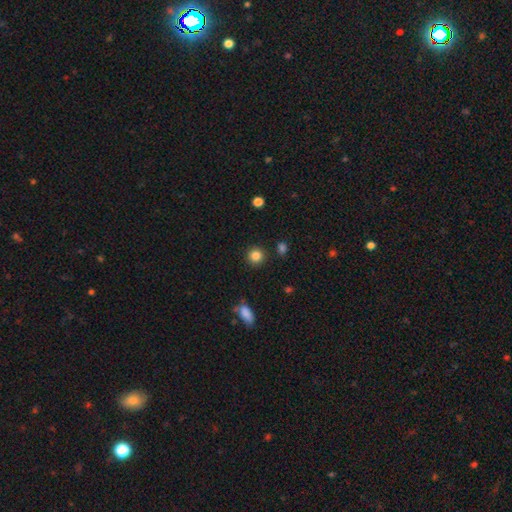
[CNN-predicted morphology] Smooth or featured?
  - smooth: 85% *
  - star or artifact: 11%
  - featured or disk: 4%
How rounded?
  - round: 92% *
  - in between: 7%
  - cigar-shaped: 1%
Merging?
  - none: 89% *
  - minor disturbance: 6%
  - major disturbance: 2%
  - merger: 2%